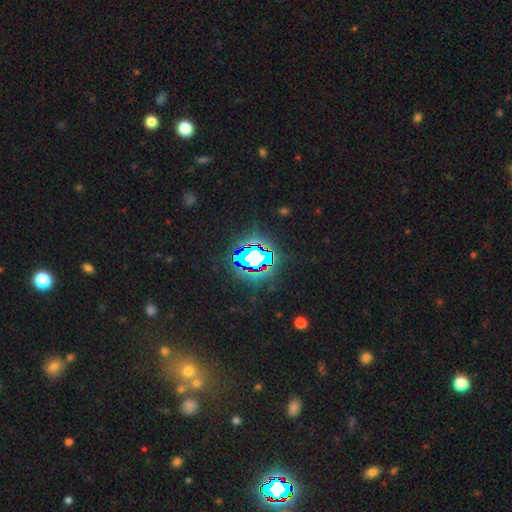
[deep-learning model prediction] smooth-or-featured: star or artifact: 66% | smooth: 18% | featured or disk: 16%